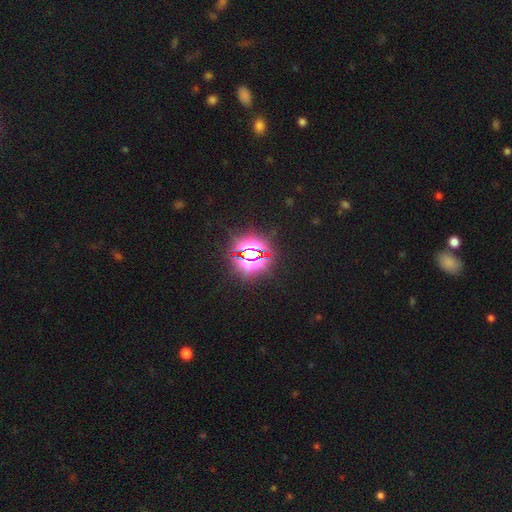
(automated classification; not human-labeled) Smooth or featured?
  - star or artifact: 80% *
  - smooth: 11%
  - featured or disk: 9%